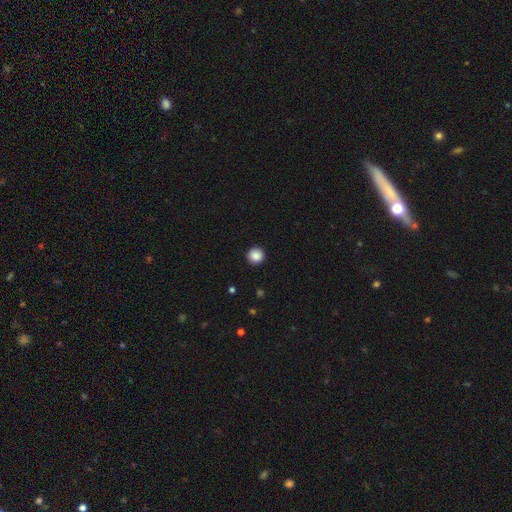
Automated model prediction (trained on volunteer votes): Smooth or featured? Predicted: smooth (p=0.88). How rounded? Predicted: round (p=0.96). Merging? Predicted: none (p=0.93).